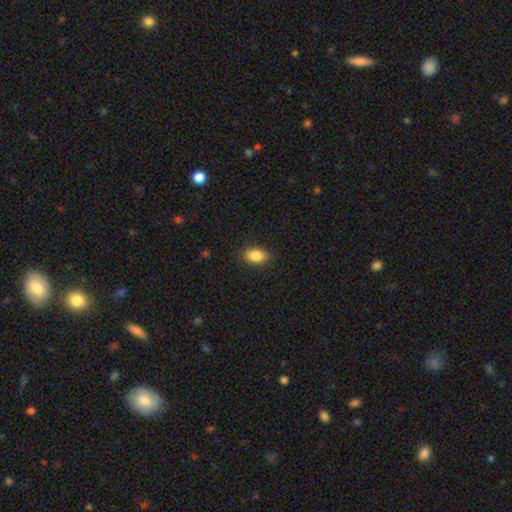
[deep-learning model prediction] Smooth or featured? smooth (87%)
How rounded? in between (86%)
Merging? none (87%)